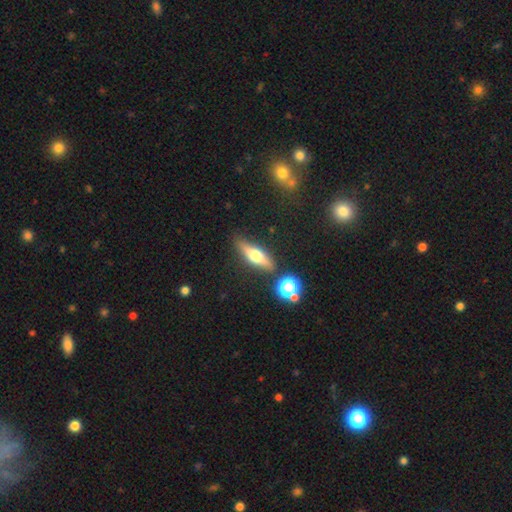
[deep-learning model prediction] Smooth or featured? Predicted: smooth (p=0.45, tied with featured or disk). Merging? Predicted: none (p=0.81).